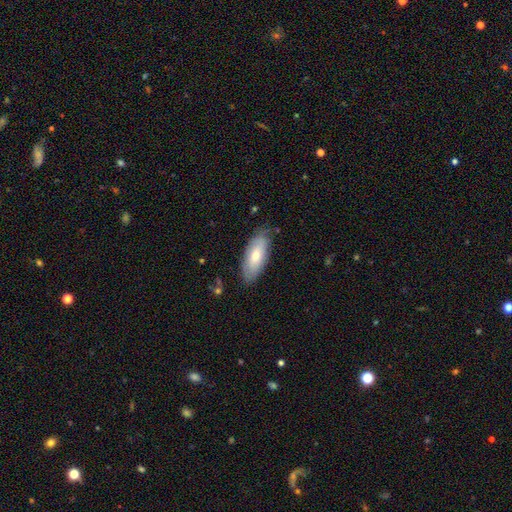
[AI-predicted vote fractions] smooth-or-featured: smooth: 65% | featured or disk: 30% | star or artifact: 6%
  how-rounded: in between: 84% | cigar-shaped: 14% | round: 2%
  merging: none: 77% | minor disturbance: 19% | major disturbance: 4% | merger: 1%